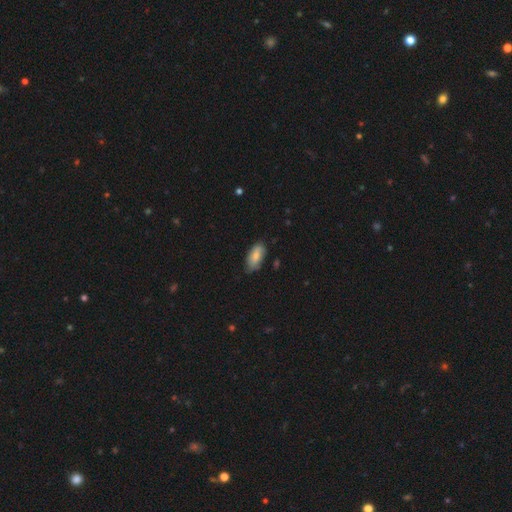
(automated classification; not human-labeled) Smooth or featured: smooth — 79% (featured or disk — 15%)
How rounded: in between — 92% (cigar-shaped — 6%)
Merging: none — 69% (minor disturbance — 26%)